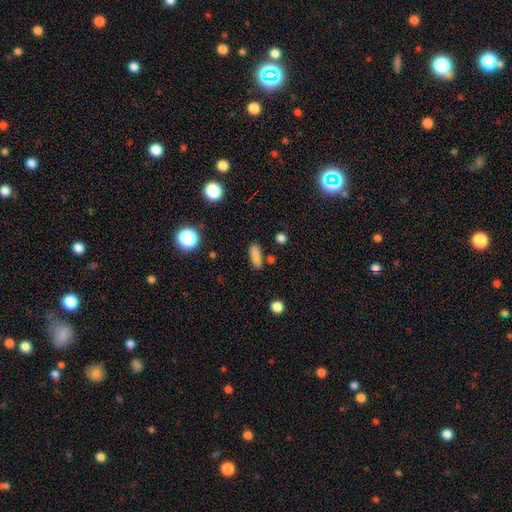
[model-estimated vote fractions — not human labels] This appears to be a smooth galaxy with no disk features (72%) that is in between round and cigar-shaped (77%). Merging: none (59%).